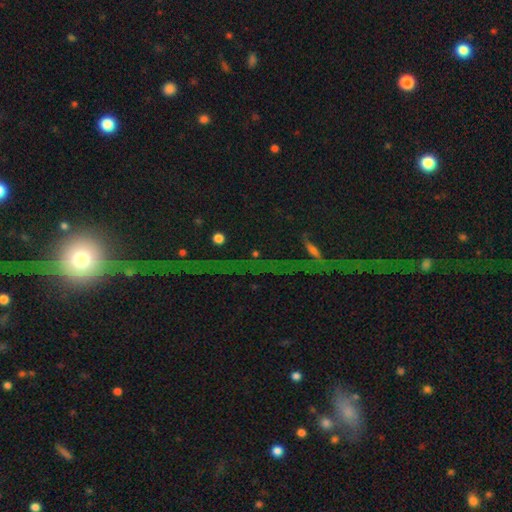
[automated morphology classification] This appears to be a star or artifact, not a galaxy (66%).